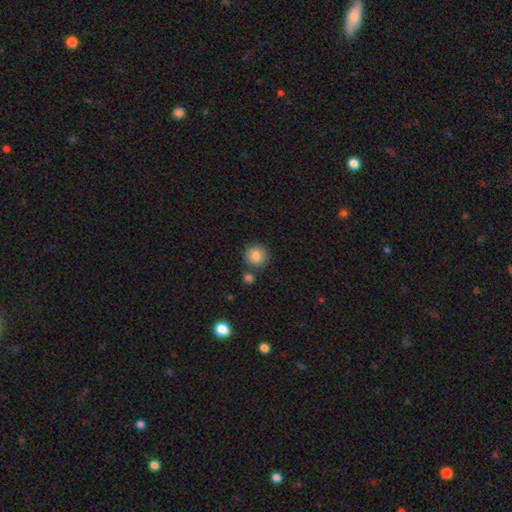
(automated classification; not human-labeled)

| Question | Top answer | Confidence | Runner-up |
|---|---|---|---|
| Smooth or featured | smooth | 84% | star or artifact (9%) |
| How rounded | round | 92% | in between (7%) |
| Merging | none | 78% | merger (11%) |